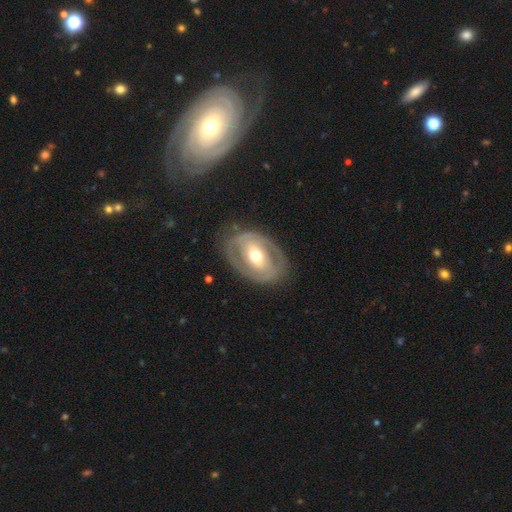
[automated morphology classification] Smooth or featured? Predicted: featured or disk (p=0.66). Edge-on disk? Predicted: no (p=0.93). Bar? Predicted: no (p=0.41). Spiral arms? Predicted: no (p=0.60). Bulge size? Predicted: moderate (p=0.72). Merging? Predicted: none (p=0.77).